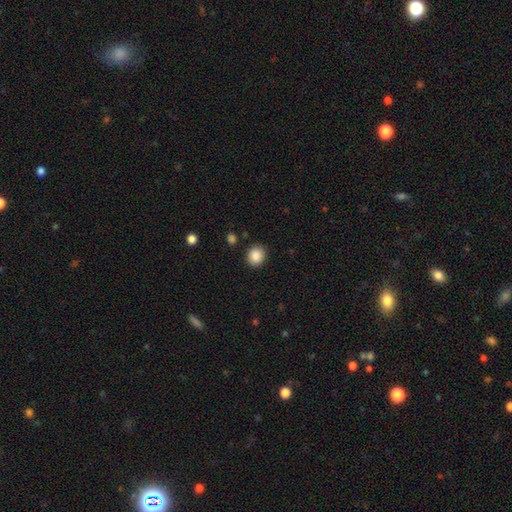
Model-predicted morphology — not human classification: Smooth or featured: smooth — 88% (star or artifact — 8%)
How rounded: round — 77% (in between — 22%)
Merging: none — 89% (minor disturbance — 7%)